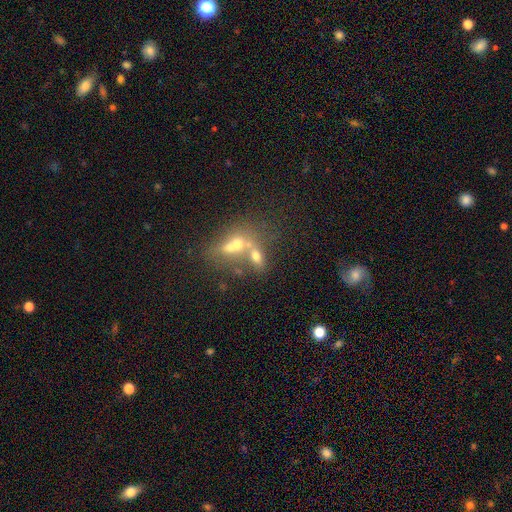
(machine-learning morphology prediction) A smooth galaxy with no disk features (56%) that is in between round and cigar-shaped (69%). Merging: merger (64%).